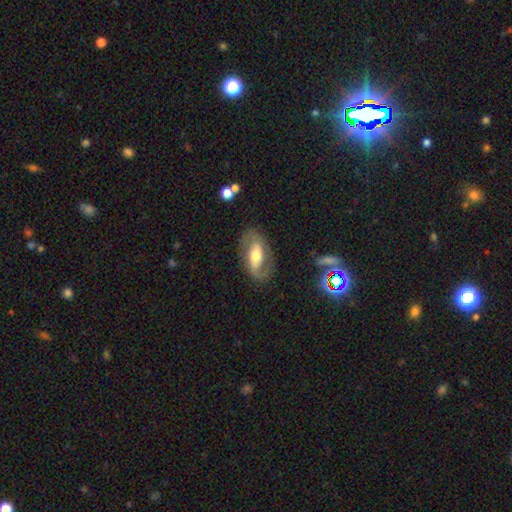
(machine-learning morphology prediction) This appears to be a featured or disk galaxy (73%) with a weak bar (34%), 2 (87%) medium (46%) spiral arms (81%) and a moderate central bulge (66%). Merging: none (77%).